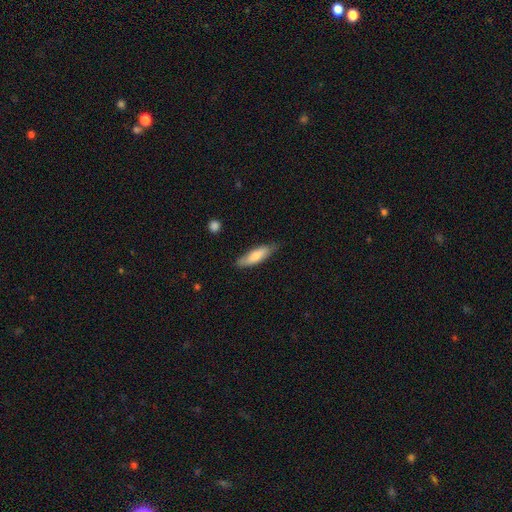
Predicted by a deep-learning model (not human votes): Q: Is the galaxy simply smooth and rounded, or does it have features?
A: smooth — 70%.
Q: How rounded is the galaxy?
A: cigar-shaped — 57%.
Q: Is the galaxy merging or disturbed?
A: none — 74%.